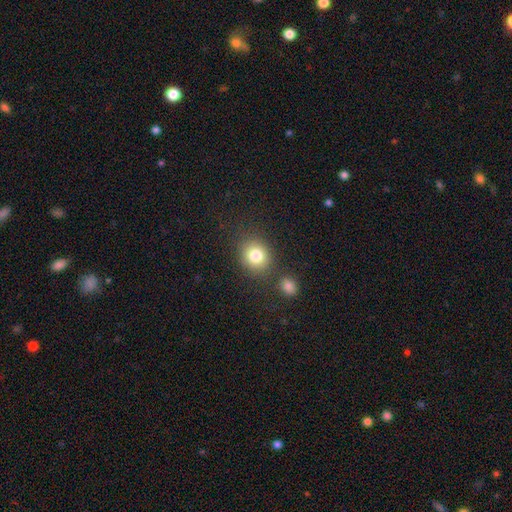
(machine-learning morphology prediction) This is clearly a smooth galaxy (82%). How rounded: likely round (71%). Merging: likely none (76%).